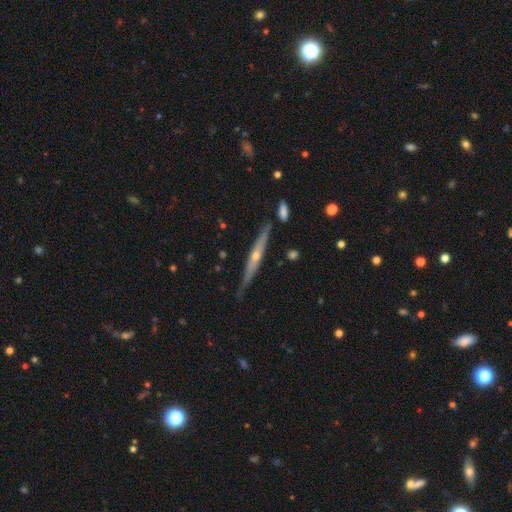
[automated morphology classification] A featured or disk galaxy (74%) viewed edge-on (95%) with a rounded central bulge (79%).

Vote fractions:
- Smooth or featured? featured or disk: 74% / smooth: 20% / star or artifact: 6%
- Edge-on disk? yes: 95% / no: 5%
- Edge-on bulge? rounded: 79% / none: 18% / boxy: 3%
- Merging? none: 79% / minor disturbance: 15% / merger: 3% / major disturbance: 3%